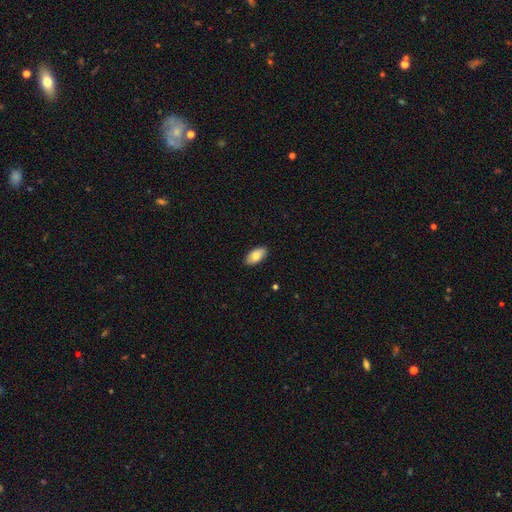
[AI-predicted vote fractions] Morphology: type=smooth (79%); roundness=in between (94%); merging=none (89%).